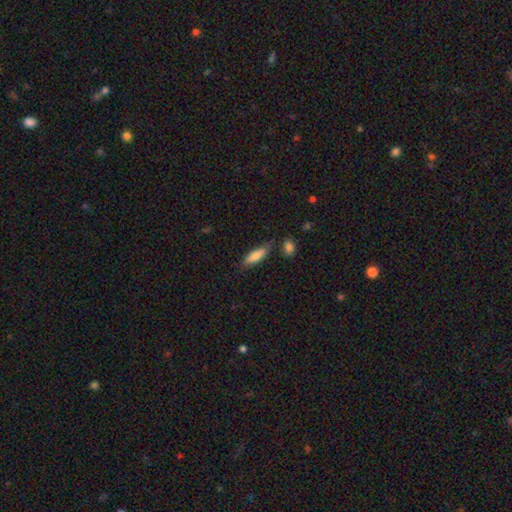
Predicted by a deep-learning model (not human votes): Smooth or featured: smooth — 81% (featured or disk — 13%)
How rounded: in between — 56% (cigar-shaped — 42%)
Merging: none — 69% (minor disturbance — 19%)